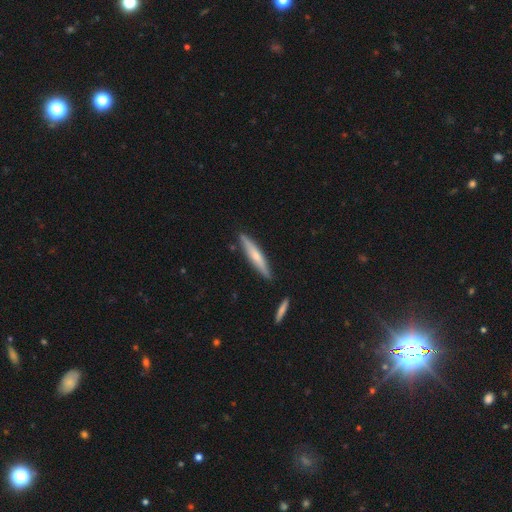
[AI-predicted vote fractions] smooth_or_featured: smooth (p=0.51) [alt: featured or disk p=0.44]
how_rounded: cigar-shaped (p=0.91) [alt: in between p=0.08]
merging: none (p=0.85) [alt: minor disturbance p=0.10]